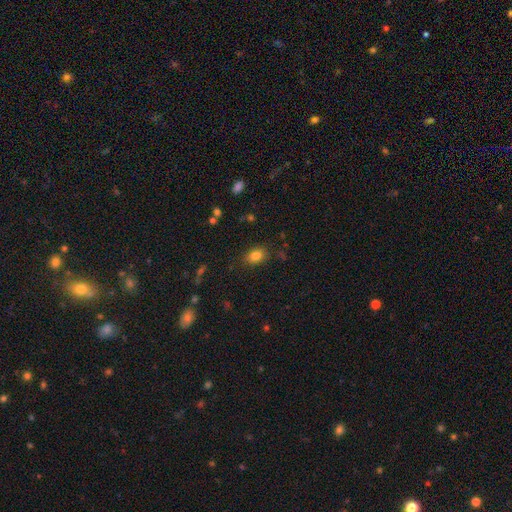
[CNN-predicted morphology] Overall: smooth (82%). How rounded: in between (72%). Merging: none (84%).